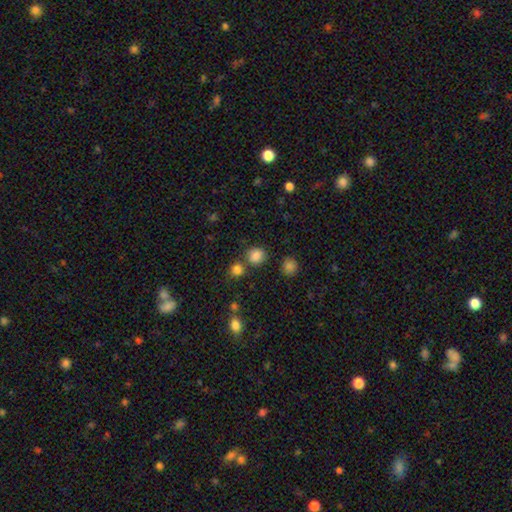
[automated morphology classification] Smooth or featured?
  - smooth: 82% *
  - star or artifact: 13%
  - featured or disk: 4%
How rounded?
  - round: 79% *
  - in between: 20%
  - cigar-shaped: 1%
Merging?
  - none: 73% *
  - merger: 14%
  - minor disturbance: 10%
  - major disturbance: 4%